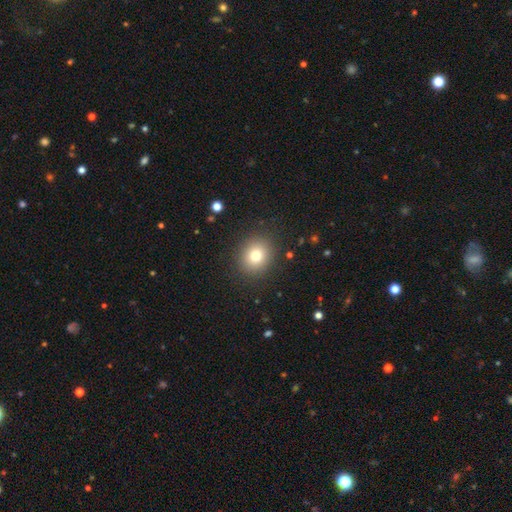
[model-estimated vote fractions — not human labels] The model was most divided on "how rounded": round: 78%, in between: 21%, cigar-shaped: 1%. More confident: merging — none (89%); smooth or featured — smooth (78%).